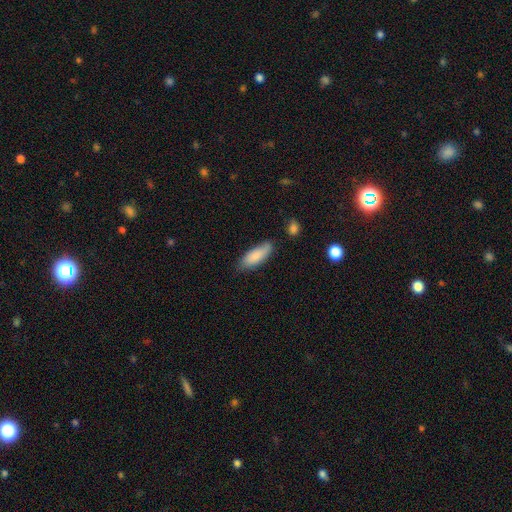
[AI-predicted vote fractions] Morphology: type=smooth (83%); roundness=in between (69%); merging=none (68%).